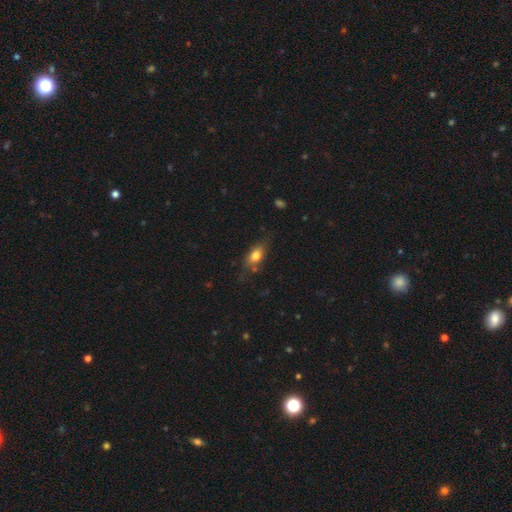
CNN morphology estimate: The model was most divided on "merging": none: 66%, minor disturbance: 23%, major disturbance: 7%, merger: 4%. More confident: how rounded — in between (80%); smooth or featured — smooth (76%).